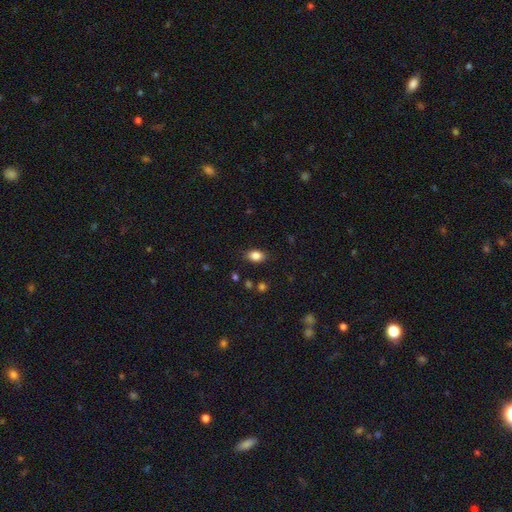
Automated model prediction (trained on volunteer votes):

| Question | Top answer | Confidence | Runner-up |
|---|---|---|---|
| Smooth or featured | smooth | 84% | star or artifact (9%) |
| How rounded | in between | 84% | round (14%) |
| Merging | none | 84% | minor disturbance (12%) |